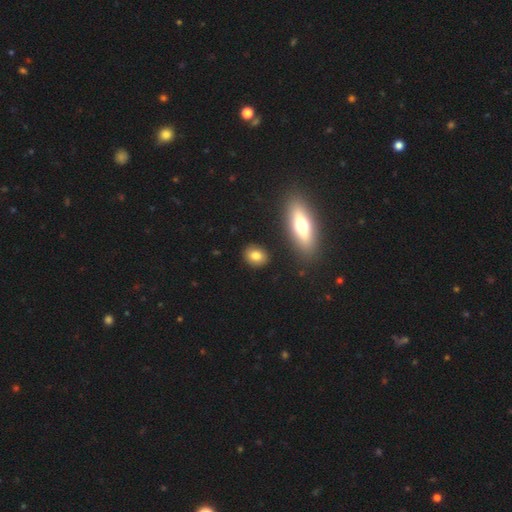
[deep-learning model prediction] smooth_or_featured: smooth (p=0.80) [alt: featured or disk p=0.11]
how_rounded: in between (p=0.51) [alt: round p=0.45]
merging: none (p=0.87) [alt: minor disturbance p=0.08]